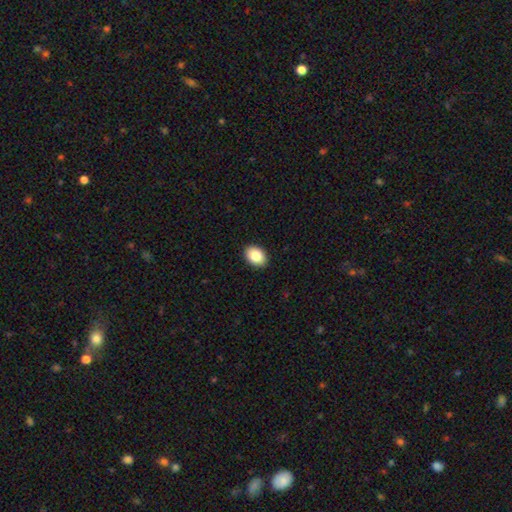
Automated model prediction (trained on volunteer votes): Smooth or featured: smooth — 85% (star or artifact — 8%)
How rounded: in between — 75% (round — 24%)
Merging: none — 92% (minor disturbance — 6%)